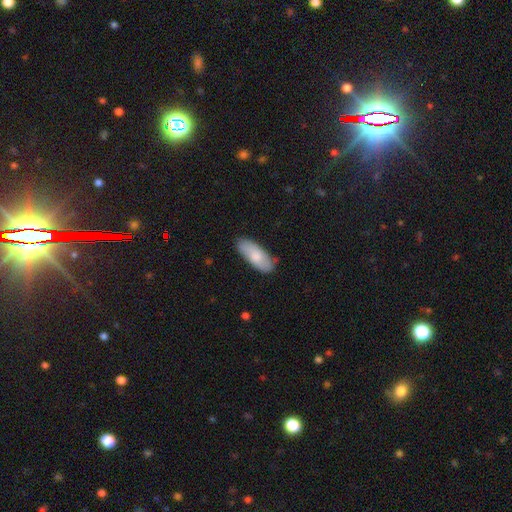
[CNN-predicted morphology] Overall: smooth (75%). How rounded: in between (80%). Merging: none (79%).